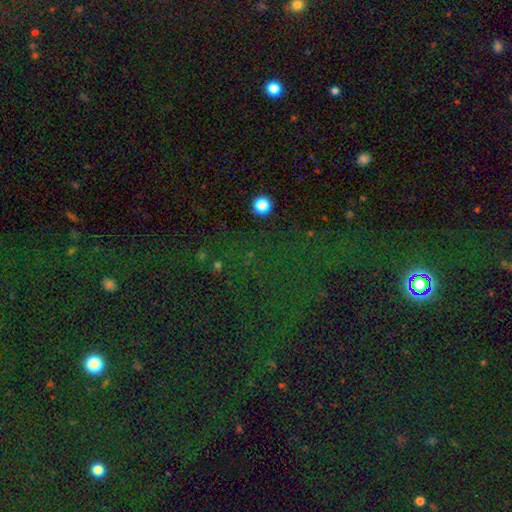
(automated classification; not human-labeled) Smooth or featured?
  - star or artifact: 76% *
  - smooth: 15%
  - featured or disk: 9%